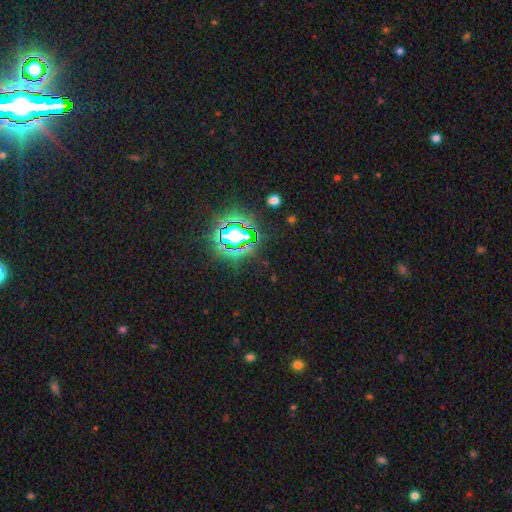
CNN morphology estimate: Smooth or featured? Predicted: star or artifact (p=0.80).